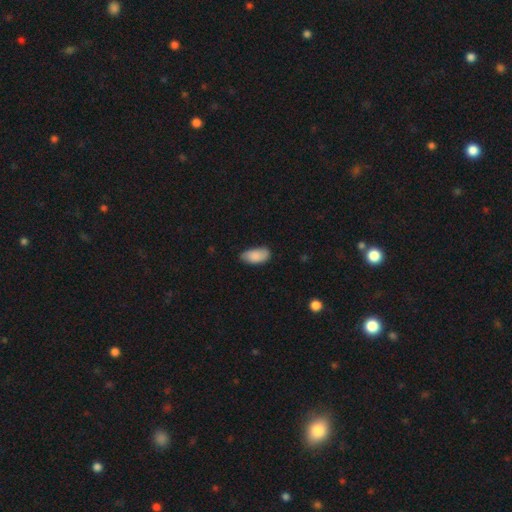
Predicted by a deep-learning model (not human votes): smooth 87%, star or artifact 7%, featured or disk 6%. Down the decision tree: how rounded — in between (93%); merging — none (66%).